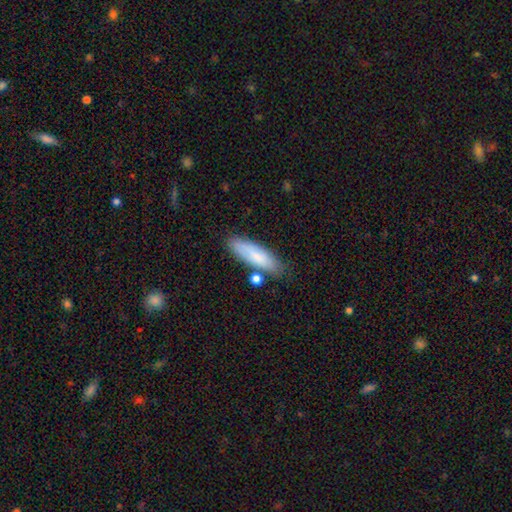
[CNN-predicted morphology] The model was most divided on "how rounded": cigar-shaped: 55%, in between: 44%, round: 2%. More confident: smooth or featured — smooth (79%); merging — none (76%).